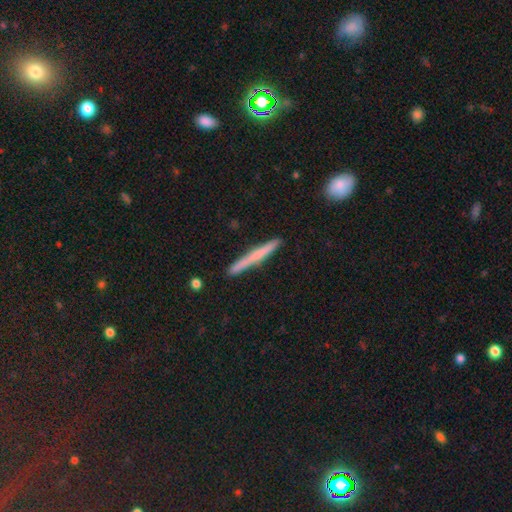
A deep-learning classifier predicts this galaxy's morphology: type=smooth (55%); roundness=cigar-shaped (96%); merging=none (90%).